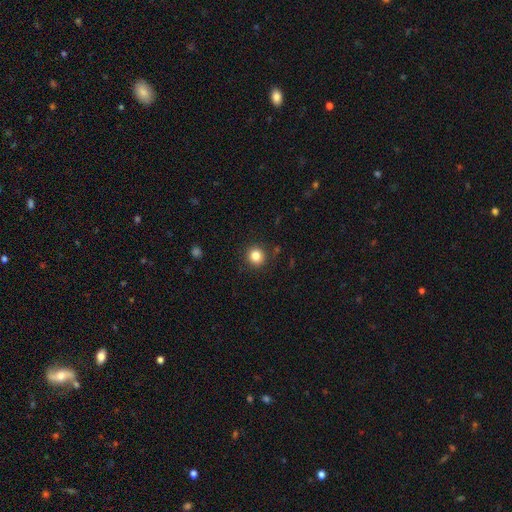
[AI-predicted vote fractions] Smooth or featured? Predicted: smooth (p=0.82). How rounded? Predicted: round (p=0.93). Merging? Predicted: none (p=0.91).